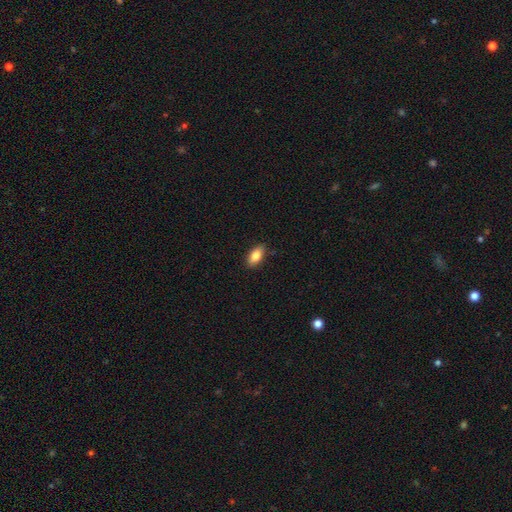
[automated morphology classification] Smooth or featured?
  - smooth: 82% *
  - featured or disk: 11%
  - star or artifact: 7%
How rounded?
  - in between: 87% *
  - cigar-shaped: 10%
  - round: 3%
Merging?
  - none: 86% *
  - minor disturbance: 11%
  - major disturbance: 2%
  - merger: 1%